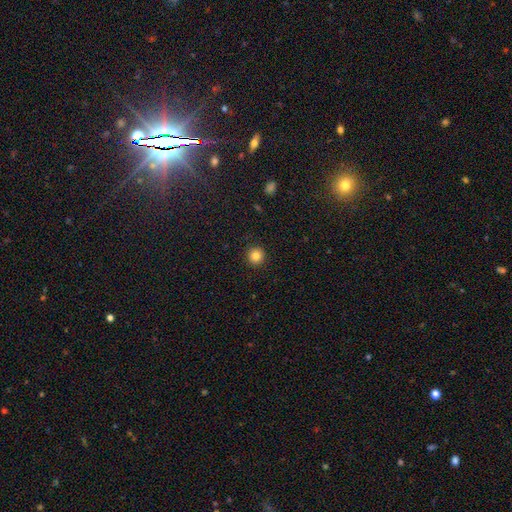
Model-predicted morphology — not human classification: The model was most divided on "smooth or featured": smooth: 83%, star or artifact: 11%, featured or disk: 6%. More confident: how rounded — round (95%); merging — none (93%).